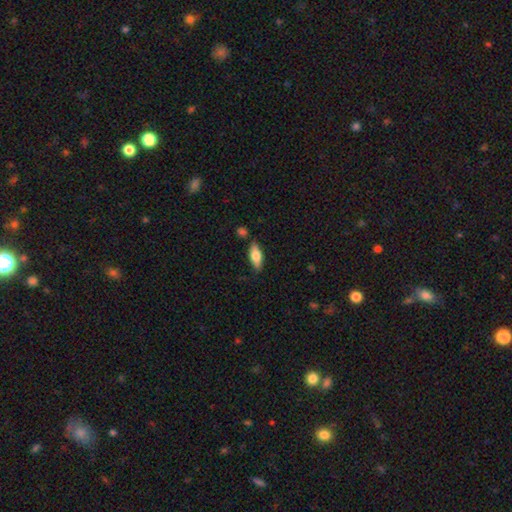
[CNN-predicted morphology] type=smooth (70%); roundness=in between (72%); merging=none (77%).